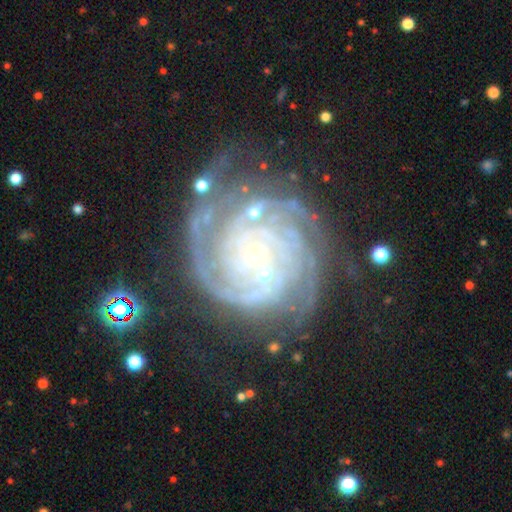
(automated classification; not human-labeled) Smooth or featured: featured or disk — 89% (star or artifact — 7%)
Edge-on disk: no — 98% (yes — 2%)
Bar: no — 76% (weak — 17%)
Spiral arms: yes — 98% (no — 2%)
Spiral winding: tight — 78% (medium — 18%)
Spiral arm count: 4 — 21% (3 — 20%)
Bulge size: small — 83% (moderate — 10%)
Merging: none — 62% (minor disturbance — 20%)